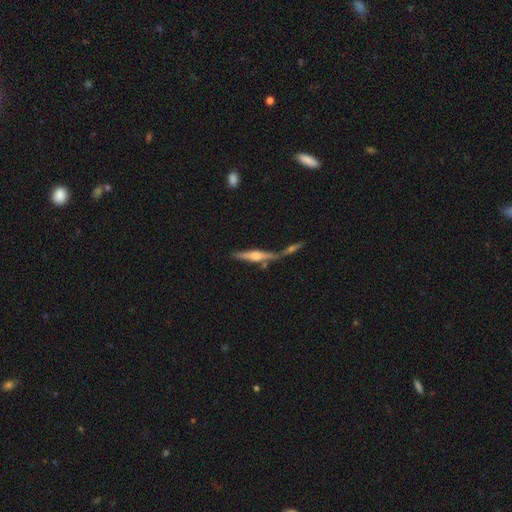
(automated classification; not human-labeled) Smooth or featured: featured or disk — 68% (smooth — 25%)
Edge-on disk: yes — 95% (no — 5%)
Edge-on bulge: rounded — 90% (boxy — 6%)
Merging: none — 54% (merger — 28%)